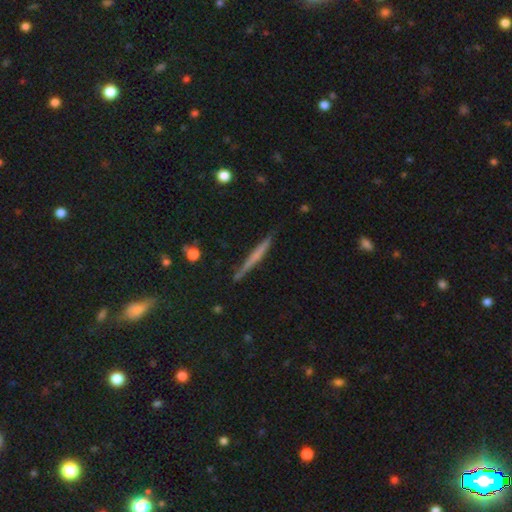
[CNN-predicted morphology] This is possibly a featured or disk galaxy (49%). Merging: clearly none (88%).